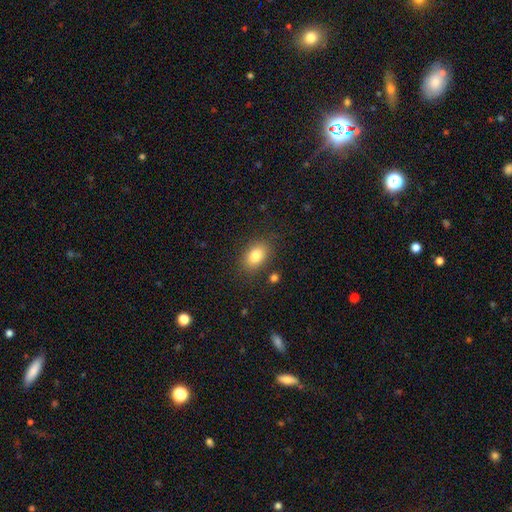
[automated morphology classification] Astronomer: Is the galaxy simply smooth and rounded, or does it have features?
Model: smooth — 82%.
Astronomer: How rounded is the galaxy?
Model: in between — 82%.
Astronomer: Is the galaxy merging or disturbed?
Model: none — 82%.